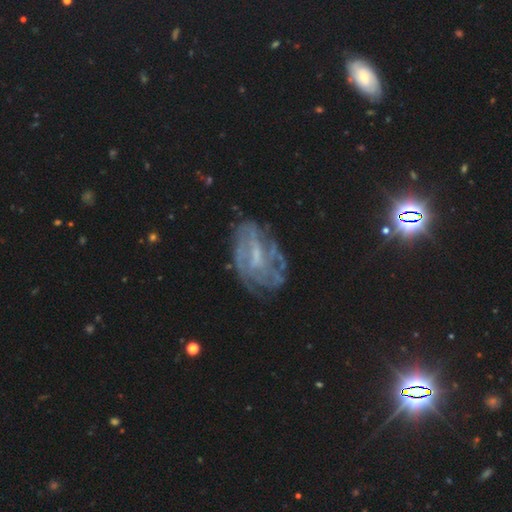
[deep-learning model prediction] A featured or disk galaxy (74%) with a weak bar (50%), tight (50%) spiral arms (71%) and a small central bulge (44%).

Vote fractions:
- Smooth or featured? featured or disk: 74% / smooth: 14% / star or artifact: 12%
- Edge-on disk? no: 96% / yes: 4%
- Bar? weak: 50% / no: 32% / strong: 17%
- Spiral arms? yes: 71% / no: 29%
- Spiral winding? tight: 50% / medium: 34% / loose: 16%
- Spiral arm count? can't tell: 59% / 2: 13% / 3: 10% / 4: 8% / more than 4: 5% / 1: 5%
- Bulge size? small: 44% / moderate: 27% / none: 26% / large: 2% / dominant: 1%
- Merging? none: 61% / minor disturbance: 21% / major disturbance: 15% / merger: 3%